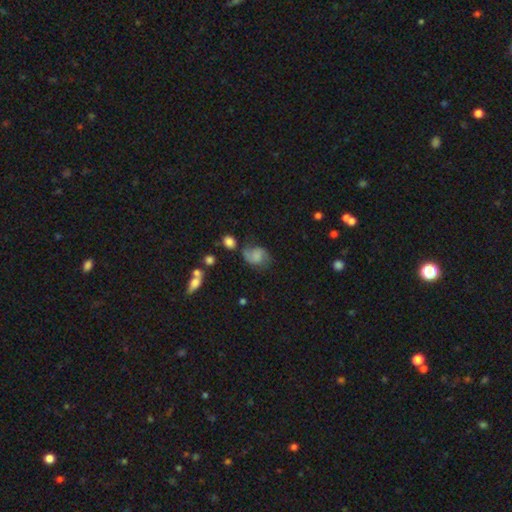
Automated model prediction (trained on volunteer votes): Smooth or featured? Predicted: featured or disk (p=0.54). Edge-on disk? Predicted: no (p=0.97). Bar? Predicted: no (p=0.60). Spiral arms? Predicted: yes (p=0.89). Bulge size? Predicted: none (p=0.57). Merging? Predicted: none (p=0.55).